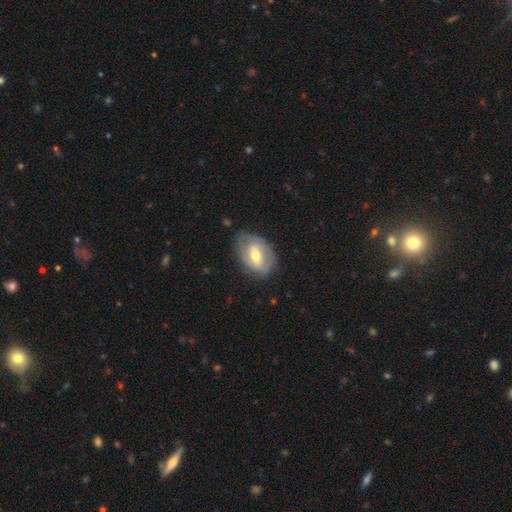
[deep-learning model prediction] The model was most divided on "bar": weak: 45%, no: 30%, strong: 25%. More confident: edge-on disk — no (94%); merging — none (71%); bulge size — moderate (67%); spiral arms — yes (66%); smooth or featured — featured or disk (61%).